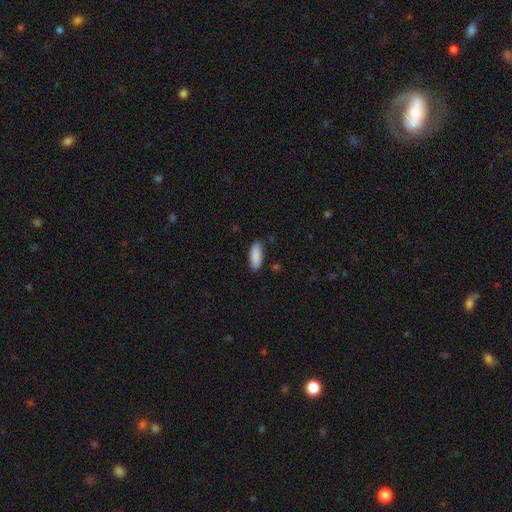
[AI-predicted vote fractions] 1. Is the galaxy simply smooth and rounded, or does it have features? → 90% smooth, 6% star or artifact, 5% featured or disk.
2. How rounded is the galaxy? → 75% in between, 23% cigar-shaped, 2% round.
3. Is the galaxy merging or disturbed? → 84% none, 12% minor disturbance, 2% major disturbance, 2% merger.